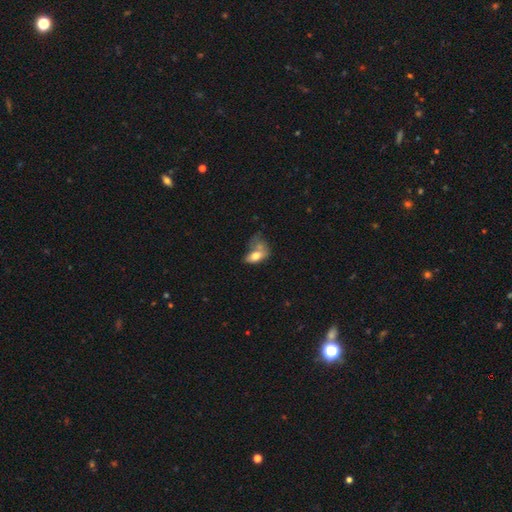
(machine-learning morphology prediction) type=smooth (68%); roundness=in between (85%); merging=major disturbance (31%).